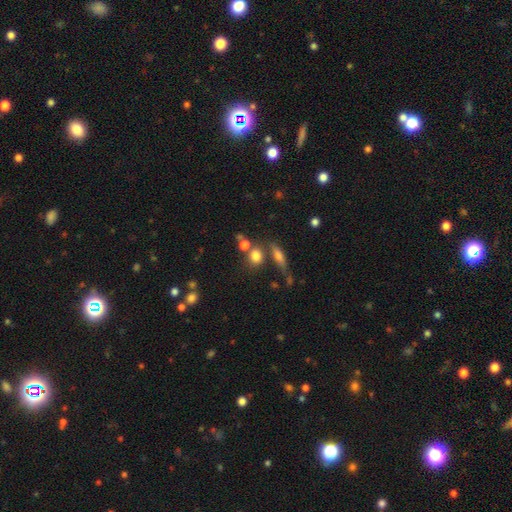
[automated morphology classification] smooth-or-featured: smooth: 77% | star or artifact: 13% | featured or disk: 11%
  how-rounded: round: 64% | in between: 31% | cigar-shaped: 5%
  merging: none: 59% | merger: 24% | minor disturbance: 11% | major disturbance: 5%